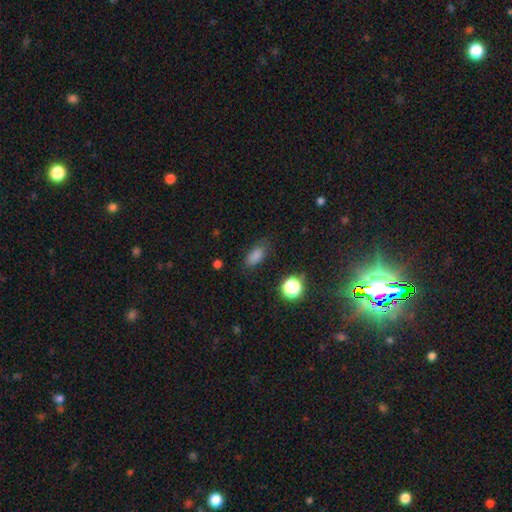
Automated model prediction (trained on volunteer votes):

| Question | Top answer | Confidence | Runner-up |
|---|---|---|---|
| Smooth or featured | smooth | 82% | star or artifact (13%) |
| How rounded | in between | 84% | cigar-shaped (9%) |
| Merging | none | 77% | minor disturbance (17%) |